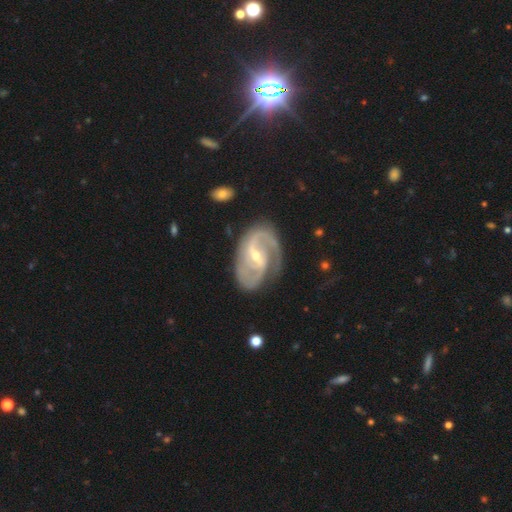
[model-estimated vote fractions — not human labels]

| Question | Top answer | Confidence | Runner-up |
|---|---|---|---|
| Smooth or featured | featured or disk | 91% | smooth (5%) |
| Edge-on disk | no | 97% | yes (3%) |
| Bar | weak | 46% | strong (36%) |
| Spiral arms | yes | 98% | no (2%) |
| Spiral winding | medium | 53% | tight (28%) |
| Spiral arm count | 2 | 82% | can't tell (5%) |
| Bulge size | small | 63% | moderate (34%) |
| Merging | none | 70% | minor disturbance (19%) |